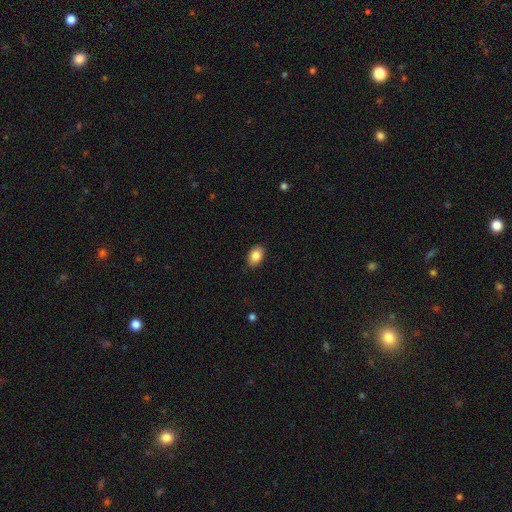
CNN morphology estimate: The model was most divided on "how rounded": in between: 86%, round: 13%, cigar-shaped: 1%. More confident: merging — none (88%); smooth or featured — smooth (86%).